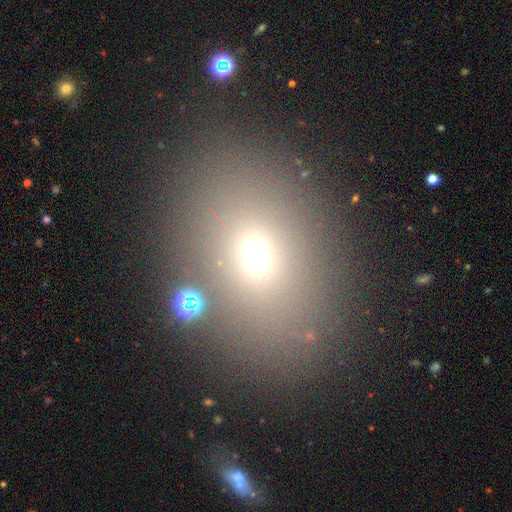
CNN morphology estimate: Smooth or featured?
  - smooth: 68% *
  - star or artifact: 20%
  - featured or disk: 13%
How rounded?
  - in between: 65% *
  - round: 33%
  - cigar-shaped: 1%
Merging?
  - none: 82% *
  - minor disturbance: 9%
  - merger: 5%
  - major disturbance: 5%